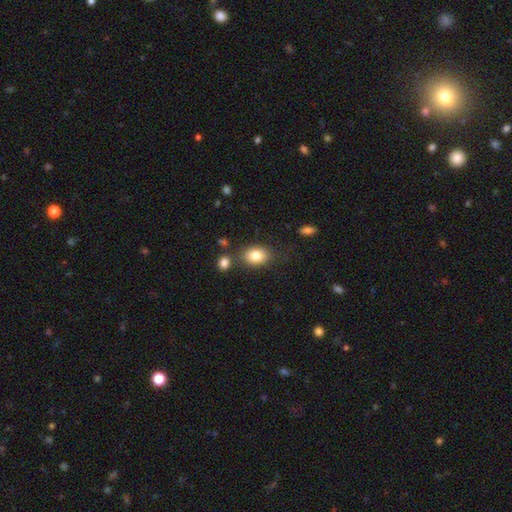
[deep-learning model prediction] Smooth or featured? Predicted: smooth (p=0.83). How rounded? Predicted: in between (p=0.72). Merging? Predicted: none (p=0.71).